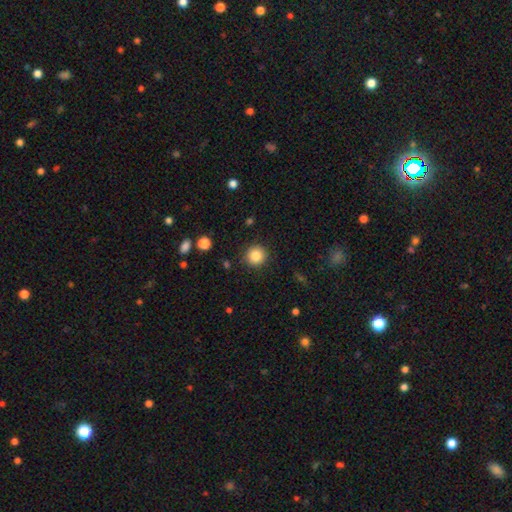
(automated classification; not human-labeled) Smooth or featured?
  - smooth: 85% *
  - star or artifact: 10%
  - featured or disk: 5%
How rounded?
  - round: 93% *
  - in between: 6%
  - cigar-shaped: 1%
Merging?
  - none: 90% *
  - minor disturbance: 7%
  - major disturbance: 2%
  - merger: 1%